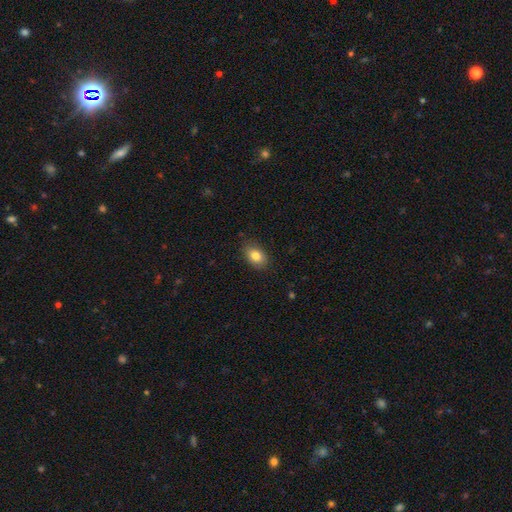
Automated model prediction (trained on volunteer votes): smooth-or-featured: smooth: 83% | featured or disk: 9% | star or artifact: 9%
  how-rounded: in between: 82% | round: 16% | cigar-shaped: 1%
  merging: none: 85% | minor disturbance: 12% | major disturbance: 2% | merger: 1%